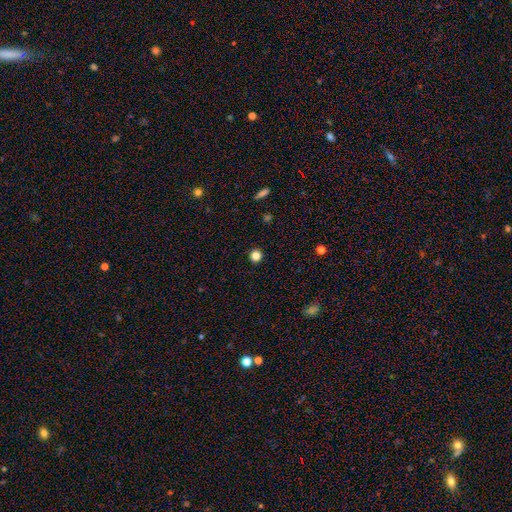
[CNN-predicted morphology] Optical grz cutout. It shows a smooth galaxy with no disk features (83%) that is round (92%). Merging: none (93%).